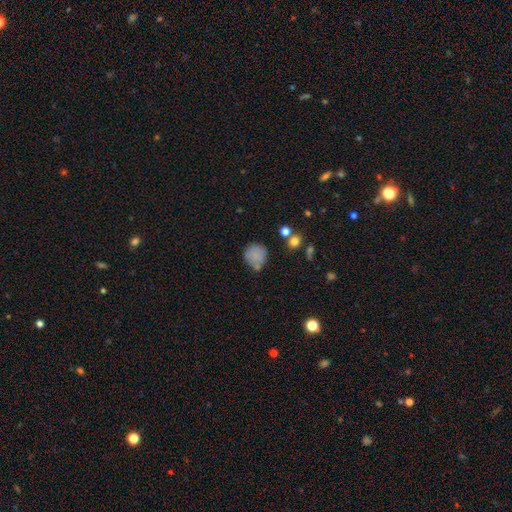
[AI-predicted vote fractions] A smooth galaxy with no disk features (80%) that is round (85%). Merging: none (61%).